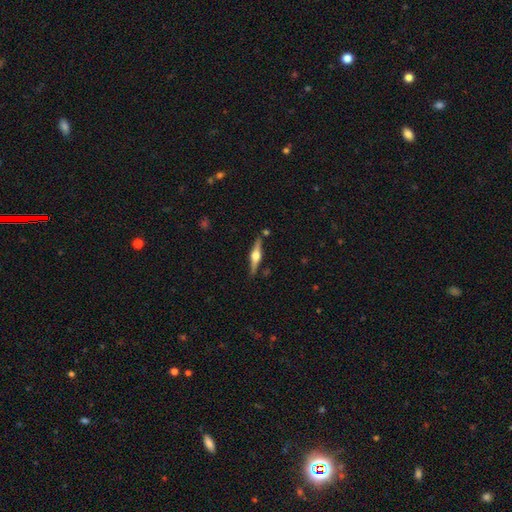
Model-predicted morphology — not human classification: Smooth or featured?
  - featured or disk: 77% *
  - smooth: 18%
  - star or artifact: 5%
Edge-on disk?
  - yes: 98% *
  - no: 2%
Edge-on bulge?
  - rounded: 94% *
  - boxy: 5%
  - none: 2%
Merging?
  - none: 86% *
  - minor disturbance: 9%
  - merger: 3%
  - major disturbance: 2%